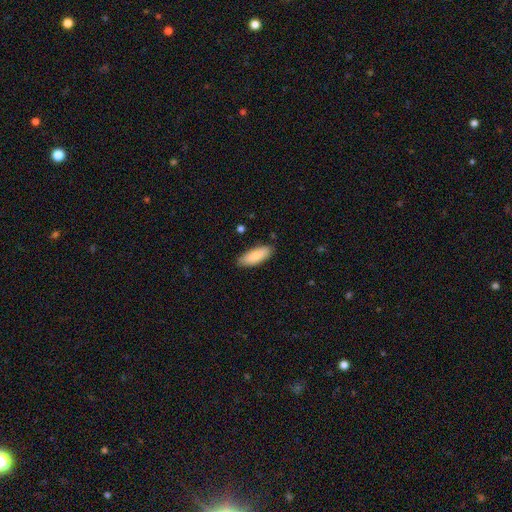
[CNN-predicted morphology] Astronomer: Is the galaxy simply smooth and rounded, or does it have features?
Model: smooth — 86%.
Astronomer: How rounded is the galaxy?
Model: in between — 75%.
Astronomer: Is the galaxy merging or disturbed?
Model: none — 86%.